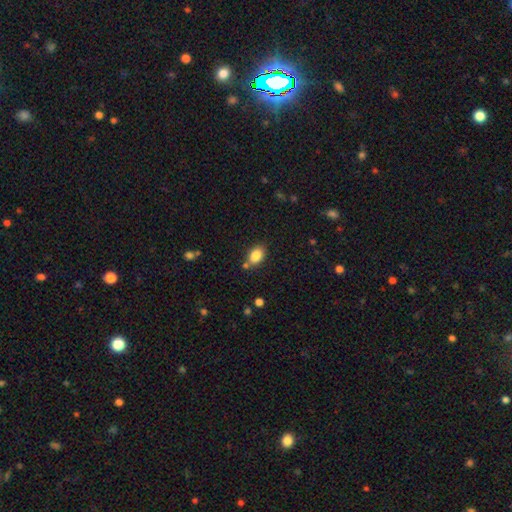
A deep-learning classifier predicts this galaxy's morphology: Smooth or featured? Predicted: smooth (p=0.85). How rounded? Predicted: in between (p=0.80). Merging? Predicted: none (p=0.73).